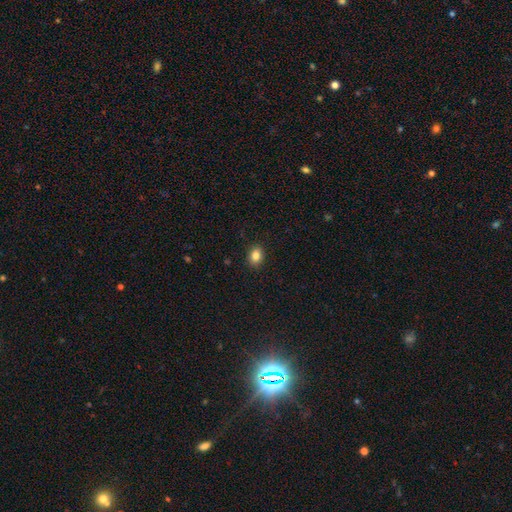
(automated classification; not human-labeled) This appears to be a smooth galaxy with no disk features (84%) that is in between round and cigar-shaped (61%). Merging: none (90%).